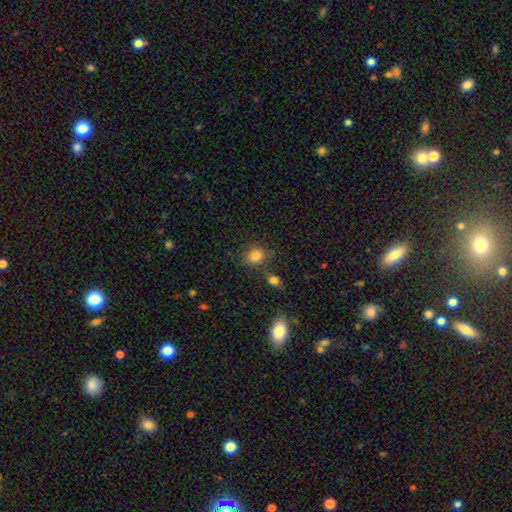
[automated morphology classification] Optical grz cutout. It shows a smooth galaxy with no disk features (82%) that is round (56%). Merging: none (70%).